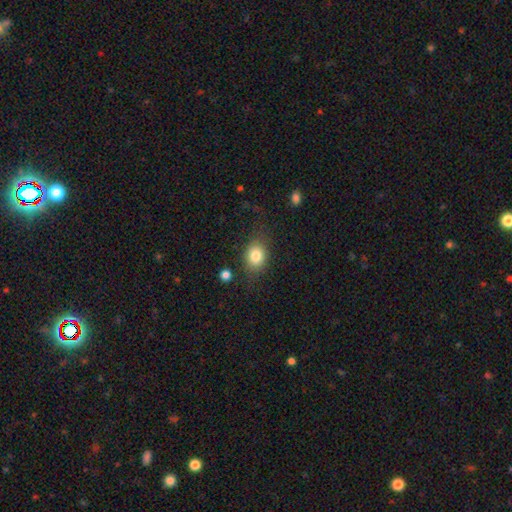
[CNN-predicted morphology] Smooth or featured? smooth (82%)
How rounded? in between (58%)
Merging? none (74%)